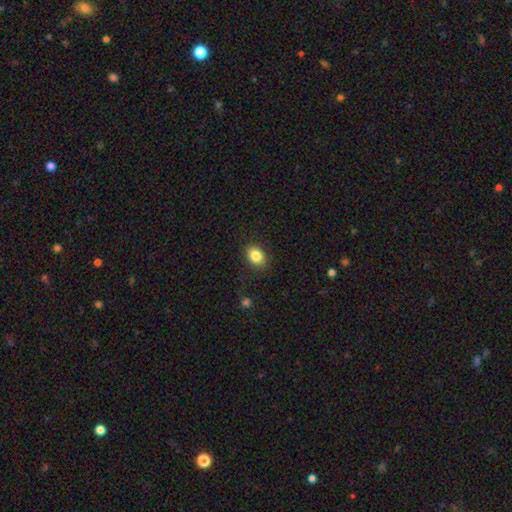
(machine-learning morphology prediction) smooth-or-featured: smooth: 84% | star or artifact: 9% | featured or disk: 6%
  how-rounded: in between: 72% | round: 27% | cigar-shaped: 1%
  merging: none: 86% | minor disturbance: 10% | major disturbance: 3% | merger: 1%